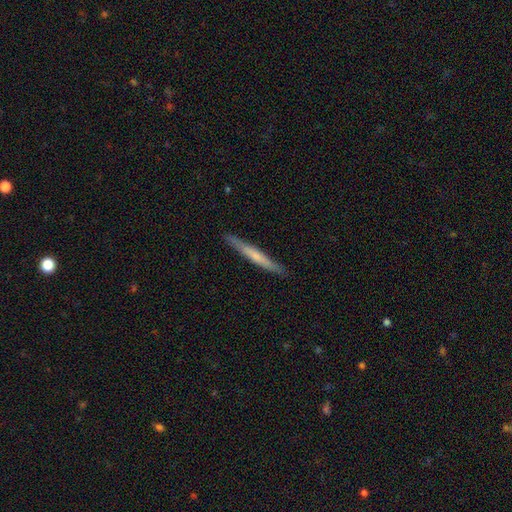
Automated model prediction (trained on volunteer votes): Smooth or featured? Predicted: smooth (p=0.52). How rounded? Predicted: cigar-shaped (p=0.97). Merging? Predicted: none (p=0.90).